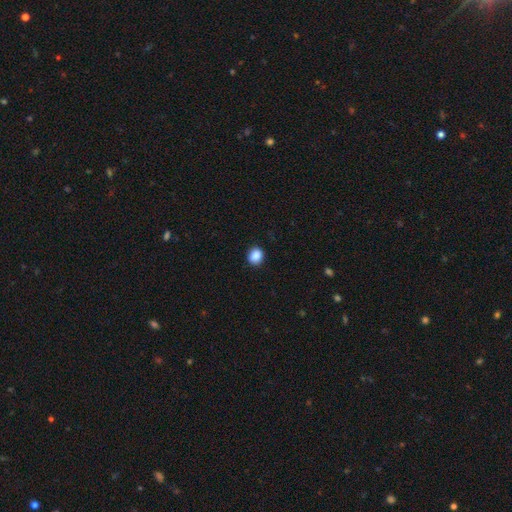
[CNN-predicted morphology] Smooth or featured? Predicted: smooth (p=0.88). How rounded? Predicted: round (p=0.69). Merging? Predicted: none (p=0.89).